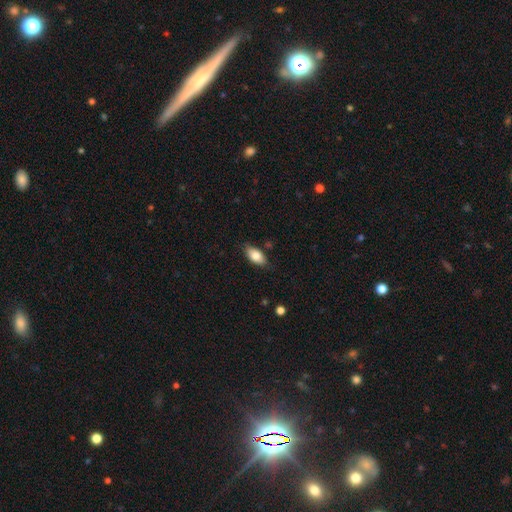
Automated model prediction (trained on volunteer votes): Smooth or featured? smooth (82%)
How rounded? in between (90%)
Merging? none (80%)